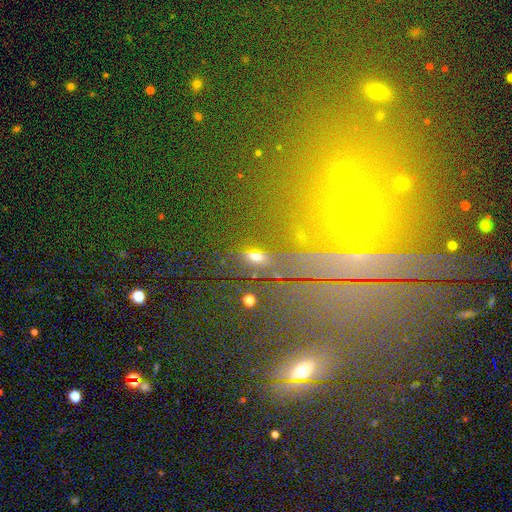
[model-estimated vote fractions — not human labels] This is marginally a star or artifact rather than a galaxy (42%).